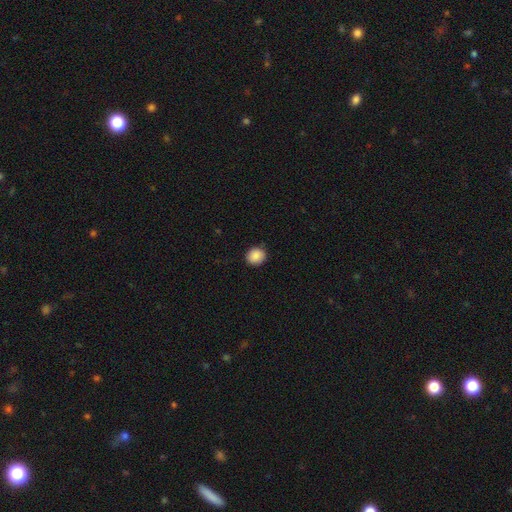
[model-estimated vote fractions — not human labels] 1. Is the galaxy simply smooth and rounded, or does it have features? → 89% smooth, 8% star or artifact, 3% featured or disk.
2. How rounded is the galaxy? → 79% round, 20% in between, 1% cigar-shaped.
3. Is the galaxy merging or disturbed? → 88% none, 9% minor disturbance, 2% major disturbance, 1% merger.